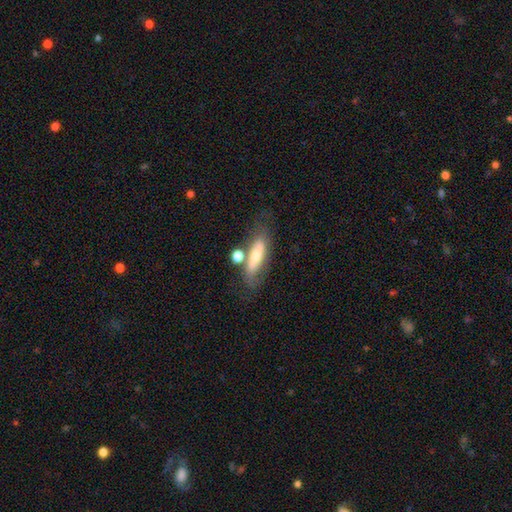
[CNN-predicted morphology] The model was most divided on "how rounded": in between: 49%, cigar-shaped: 46%, round: 5%. Remaining: smooth or featured — smooth (58%); merging — none (49%).